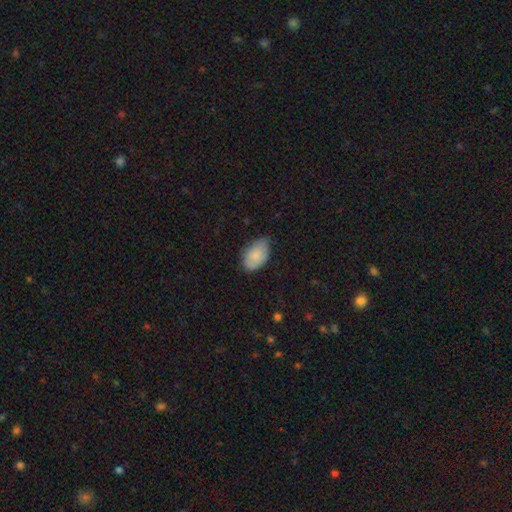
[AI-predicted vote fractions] Smooth or featured: smooth — 82% (featured or disk — 12%)
How rounded: in between — 92% (round — 7%)
Merging: none — 58% (minor disturbance — 35%)